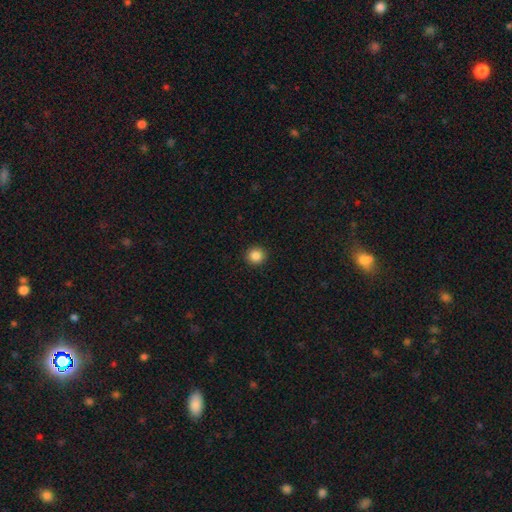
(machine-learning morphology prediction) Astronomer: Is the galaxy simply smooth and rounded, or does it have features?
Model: smooth — 86%.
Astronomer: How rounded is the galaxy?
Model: round — 92%.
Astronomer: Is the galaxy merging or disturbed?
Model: none — 93%.